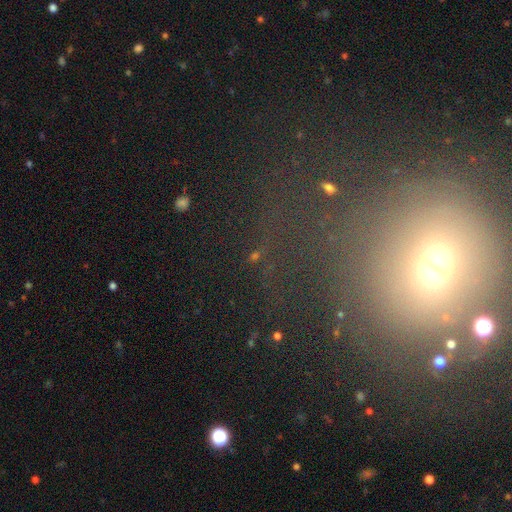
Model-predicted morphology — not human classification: Overall: star or artifact (66%).